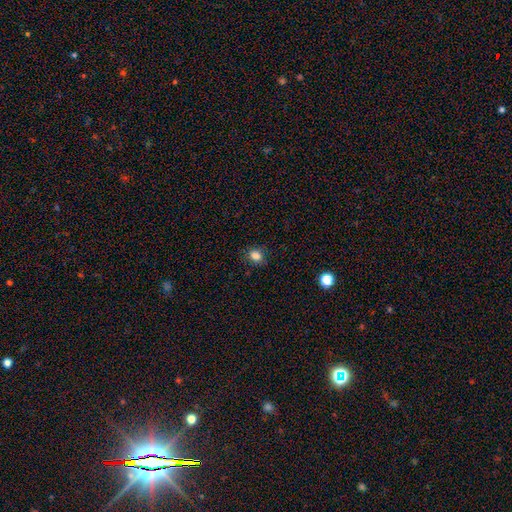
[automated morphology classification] smooth-or-featured: smooth: 83% | star or artifact: 12% | featured or disk: 5%
  how-rounded: in between: 50% | round: 49% | cigar-shaped: 1%
  merging: none: 84% | minor disturbance: 11% | major disturbance: 3% | merger: 1%